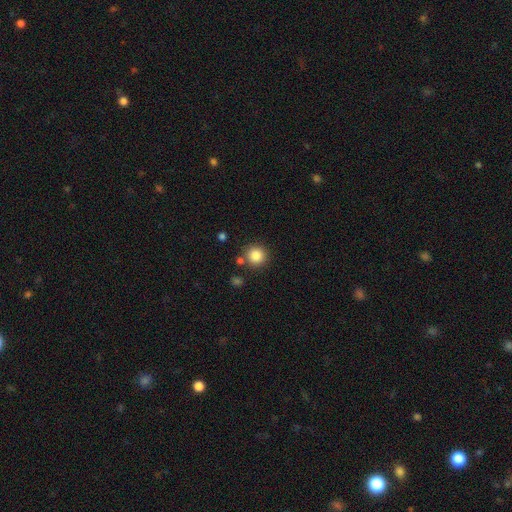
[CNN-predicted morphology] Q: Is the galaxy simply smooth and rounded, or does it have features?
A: smooth — 84%.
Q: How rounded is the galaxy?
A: round — 93%.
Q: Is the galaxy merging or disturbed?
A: none — 82%.